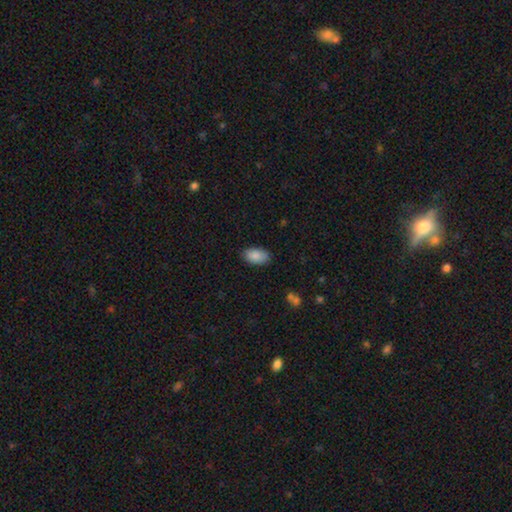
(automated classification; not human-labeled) A smooth galaxy with no disk features (89%) that is in between round and cigar-shaped (95%).

Vote fractions:
- Smooth or featured? smooth: 89% / star or artifact: 7% / featured or disk: 5%
- How rounded? in between: 95% / round: 4% / cigar-shaped: 2%
- Merging? none: 86% / minor disturbance: 10% / major disturbance: 2% / merger: 1%